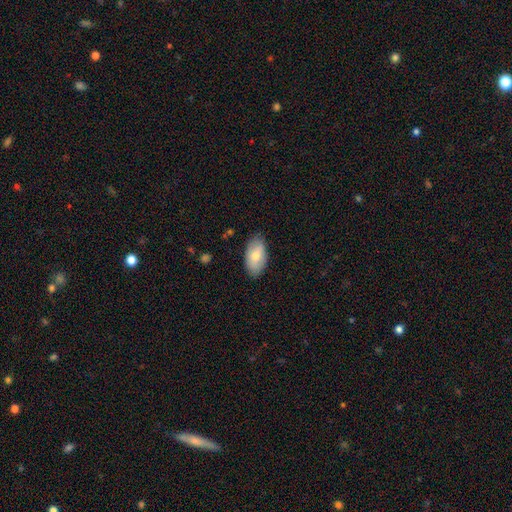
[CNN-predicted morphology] smooth_or_featured: smooth (p=0.70) [alt: featured or disk p=0.24]
how_rounded: in between (p=0.94) [alt: round p=0.03]
merging: none (p=0.83) [alt: minor disturbance p=0.14]